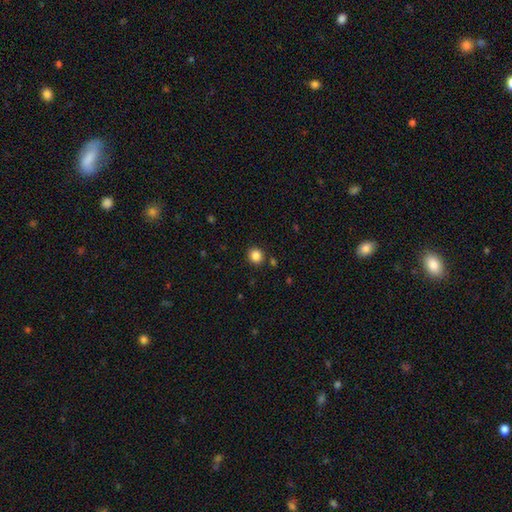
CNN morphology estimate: Overall: smooth (85%). How rounded: round (89%). Merging: none (89%).